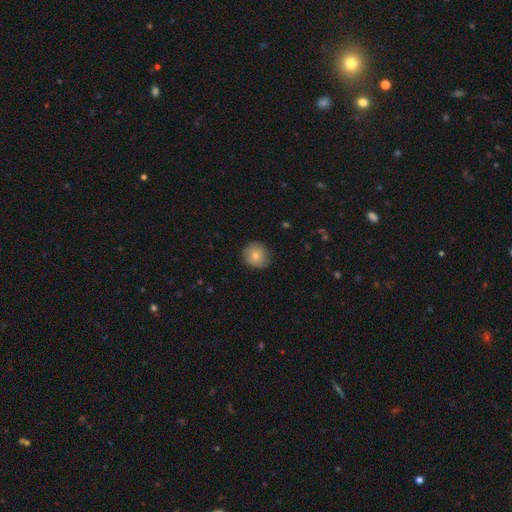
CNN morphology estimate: Smooth or featured? Predicted: smooth (p=0.72). How rounded? Predicted: round (p=0.85). Merging? Predicted: none (p=0.78).